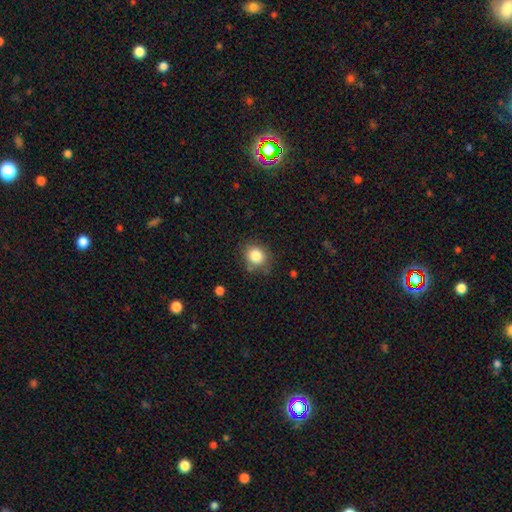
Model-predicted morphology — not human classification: Smooth or featured? smooth (84%)
How rounded? round (80%)
Merging? none (77%)